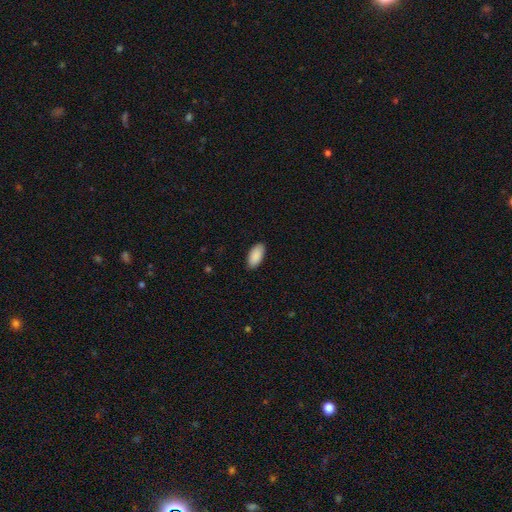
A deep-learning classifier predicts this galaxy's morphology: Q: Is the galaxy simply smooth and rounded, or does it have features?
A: smooth — 91%.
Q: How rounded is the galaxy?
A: in between — 94%.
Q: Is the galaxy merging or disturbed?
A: none — 88%.